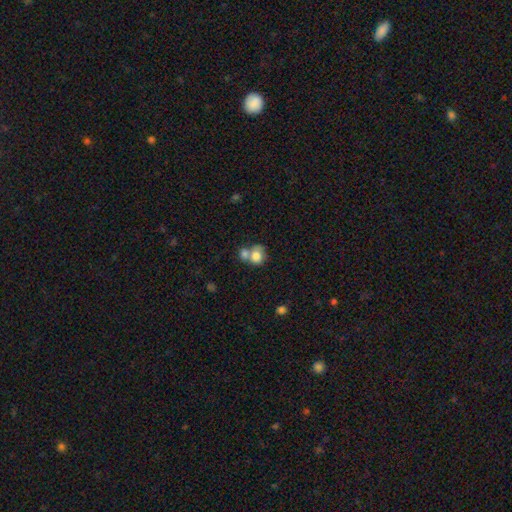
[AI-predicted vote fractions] A smooth galaxy with no disk features (77%) that is round (66%). Merging: merger (55%).